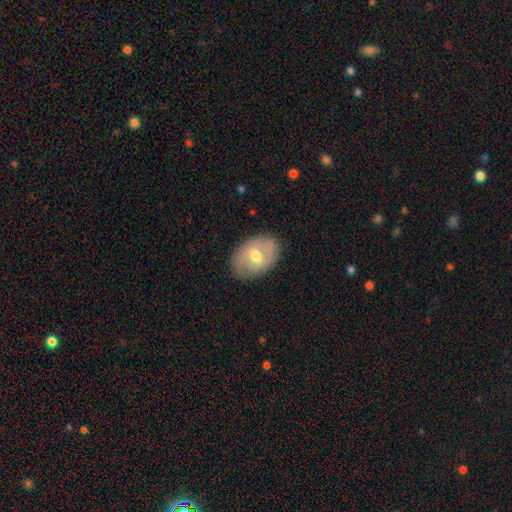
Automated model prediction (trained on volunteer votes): A featured or disk galaxy (47%).

Vote fractions:
- Smooth or featured? featured or disk: 47% / smooth: 46% / star or artifact: 7%
- Merging? none: 82% / minor disturbance: 14% / major disturbance: 4% / merger: 1%